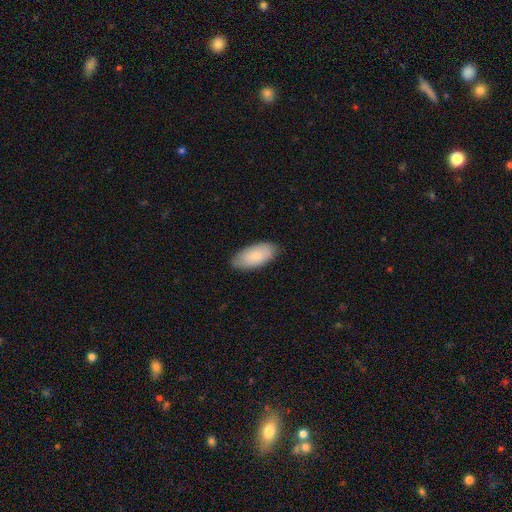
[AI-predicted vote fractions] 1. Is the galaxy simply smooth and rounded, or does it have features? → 81% smooth, 13% featured or disk, 6% star or artifact.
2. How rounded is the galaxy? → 92% in between, 6% cigar-shaped, 2% round.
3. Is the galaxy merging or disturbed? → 83% none, 13% minor disturbance, 2% major disturbance, 1% merger.